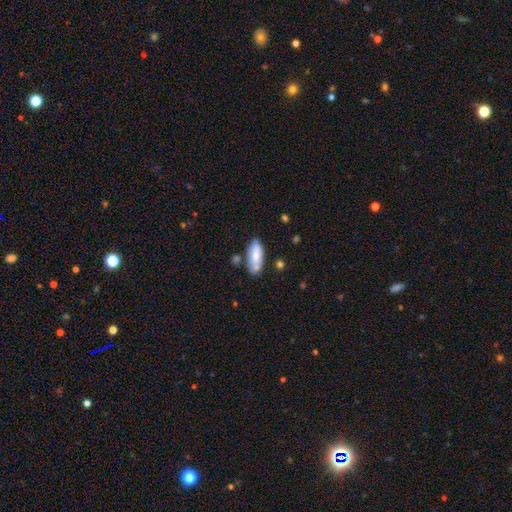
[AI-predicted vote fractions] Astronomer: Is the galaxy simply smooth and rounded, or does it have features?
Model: smooth — 74%.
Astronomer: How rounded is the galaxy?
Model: in between — 78%.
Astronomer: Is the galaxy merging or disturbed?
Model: none — 71%.